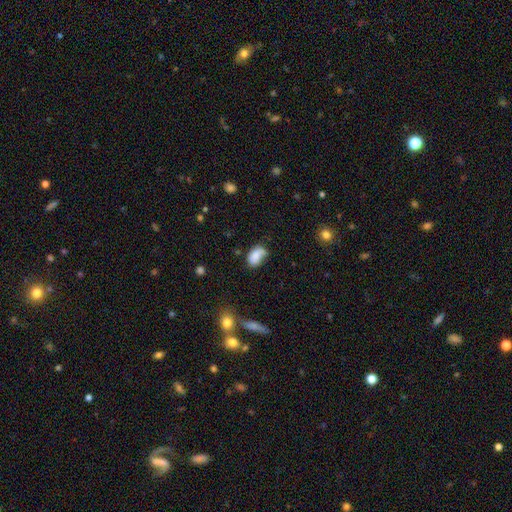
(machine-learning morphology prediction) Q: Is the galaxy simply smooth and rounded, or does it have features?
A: smooth — 75%.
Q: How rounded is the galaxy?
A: in between — 88%.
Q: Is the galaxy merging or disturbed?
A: none — 44%.